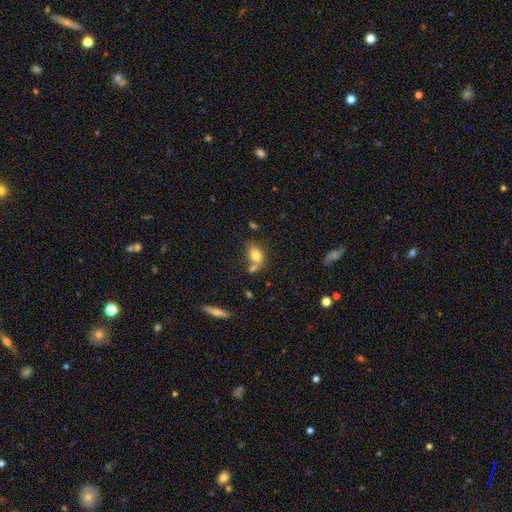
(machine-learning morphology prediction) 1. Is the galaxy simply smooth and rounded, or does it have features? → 78% smooth, 12% featured or disk, 9% star or artifact.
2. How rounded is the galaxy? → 79% in between, 19% round, 2% cigar-shaped.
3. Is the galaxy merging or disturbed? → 45% none, 31% merger, 17% minor disturbance, 7% major disturbance.